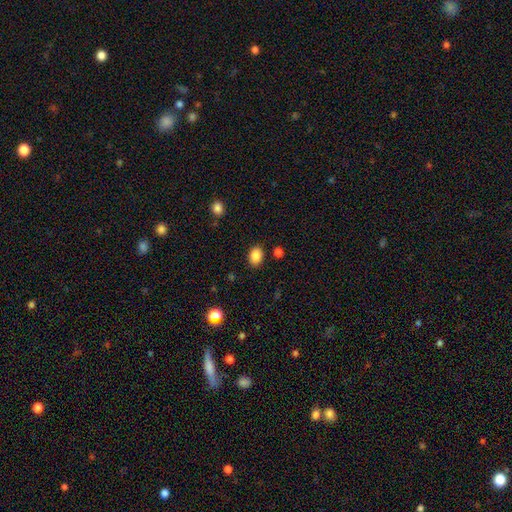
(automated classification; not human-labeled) A smooth galaxy with no disk features (88%) that is in between round and cigar-shaped (72%).

Vote fractions:
- Smooth or featured? smooth: 88% / star or artifact: 9% / featured or disk: 3%
- How rounded? in between: 72% / round: 27% / cigar-shaped: 1%
- Merging? none: 86% / minor disturbance: 9% / major disturbance: 3% / merger: 2%